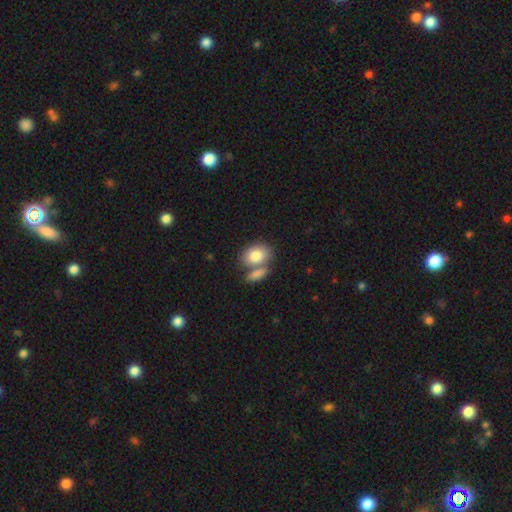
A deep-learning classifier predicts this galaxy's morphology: type=smooth (82%); roundness=in between (75%); merging=merger (43%).